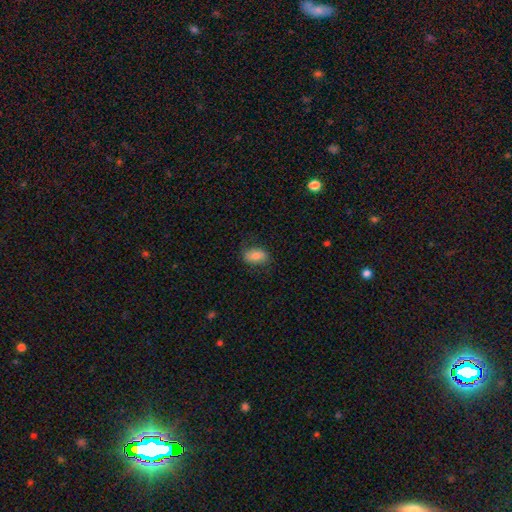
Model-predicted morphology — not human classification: Q: Smooth or featured?
A: smooth (76%); runner-up: featured or disk (17%)
Q: How rounded?
A: in between (88%); runner-up: round (9%)
Q: Merging?
A: none (76%); runner-up: minor disturbance (18%)